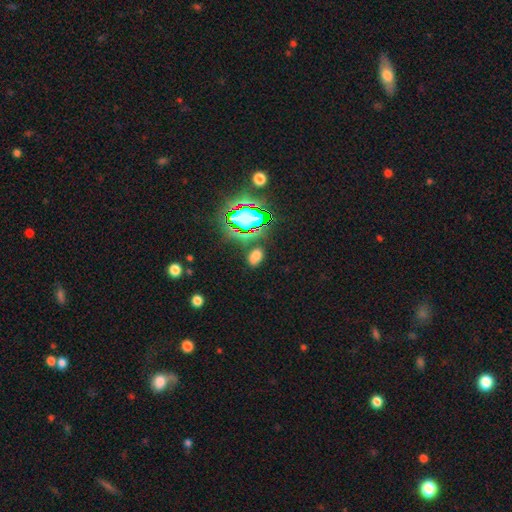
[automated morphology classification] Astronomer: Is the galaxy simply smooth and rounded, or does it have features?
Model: smooth — 63%.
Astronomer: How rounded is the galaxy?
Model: in between — 83%.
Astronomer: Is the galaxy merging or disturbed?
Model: none — 77%.